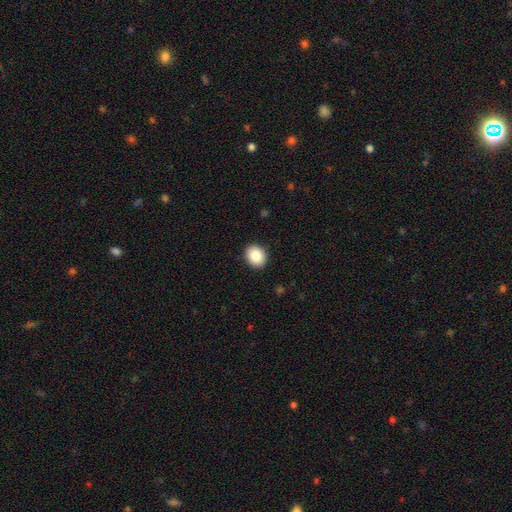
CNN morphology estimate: smooth-or-featured: smooth: 86% | star or artifact: 8% | featured or disk: 6%
  how-rounded: round: 59% | in between: 40% | cigar-shaped: 1%
  merging: none: 91% | minor disturbance: 7% | major disturbance: 2% | merger: 1%